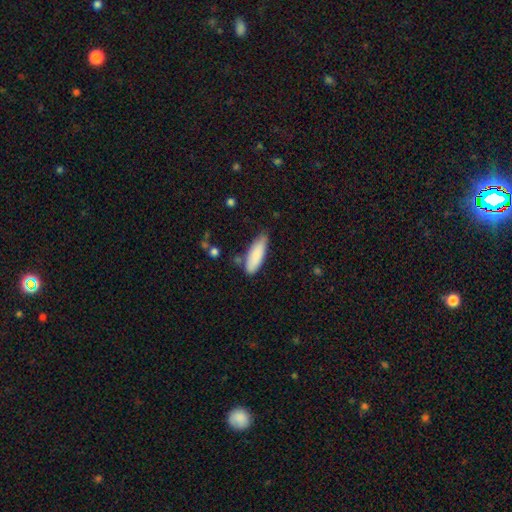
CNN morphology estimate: Smooth or featured? smooth (85%)
How rounded? in between (56%)
Merging? none (72%)